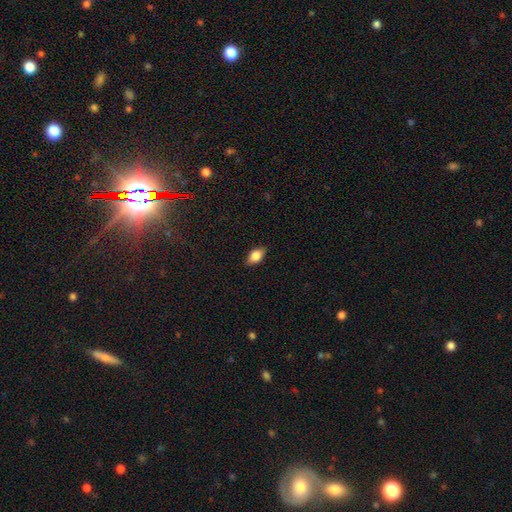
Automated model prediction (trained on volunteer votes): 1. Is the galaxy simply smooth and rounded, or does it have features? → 81% smooth, 11% featured or disk, 8% star or artifact.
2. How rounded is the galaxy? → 88% in between, 7% round, 5% cigar-shaped.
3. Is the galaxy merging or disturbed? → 86% none, 11% minor disturbance, 2% major disturbance, 1% merger.